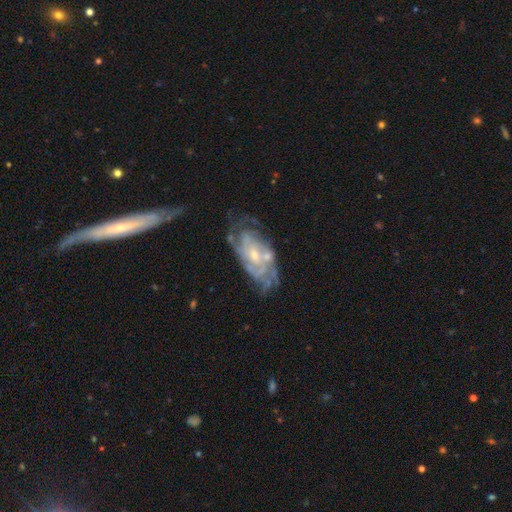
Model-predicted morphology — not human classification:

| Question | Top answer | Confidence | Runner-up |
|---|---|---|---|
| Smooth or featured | featured or disk | 81% | smooth (13%) |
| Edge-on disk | no | 94% | yes (6%) |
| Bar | no | 66% | weak (28%) |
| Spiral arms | yes | 86% | no (14%) |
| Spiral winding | tight | 61% | medium (30%) |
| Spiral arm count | can't tell | 52% | 2 (18%) |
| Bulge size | small | 58% | moderate (36%) |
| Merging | none | 52% | minor disturbance (24%) |